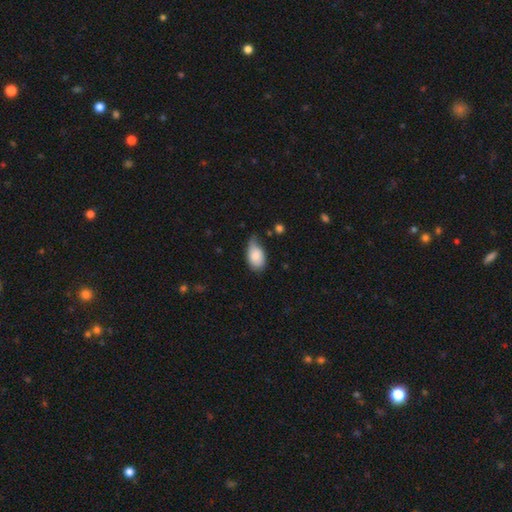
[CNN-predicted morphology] Smooth or featured? Predicted: smooth (p=0.82). How rounded? Predicted: in between (p=0.90). Merging? Predicted: minor disturbance (p=0.50).